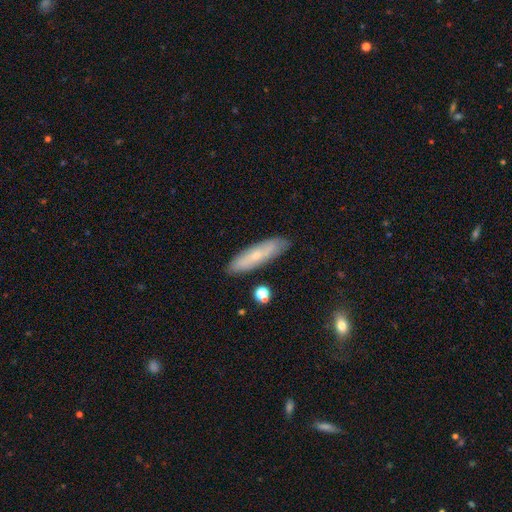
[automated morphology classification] A smooth galaxy with no disk features (57%) that is cigar-shaped (72%).

Vote fractions:
- Smooth or featured? smooth: 57% / featured or disk: 36% / star or artifact: 7%
- How rounded? cigar-shaped: 72% / in between: 26% / round: 2%
- Merging? none: 85% / minor disturbance: 11% / major disturbance: 2% / merger: 2%